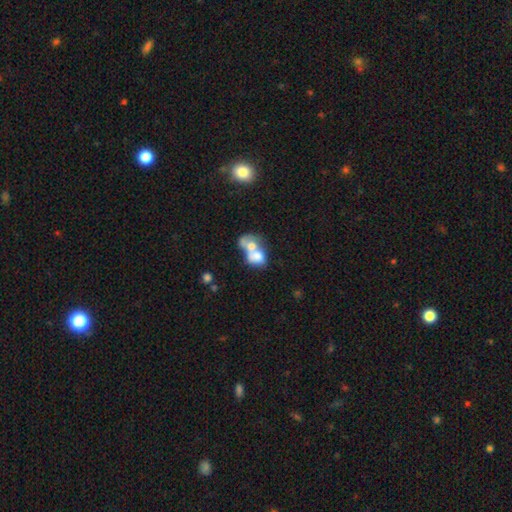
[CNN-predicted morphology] Smooth or featured?
  - smooth: 59% *
  - featured or disk: 31%
  - star or artifact: 10%
How rounded?
  - in between: 66% *
  - round: 33%
  - cigar-shaped: 2%
Merging?
  - merger: 77% *
  - none: 11%
  - major disturbance: 7%
  - minor disturbance: 6%